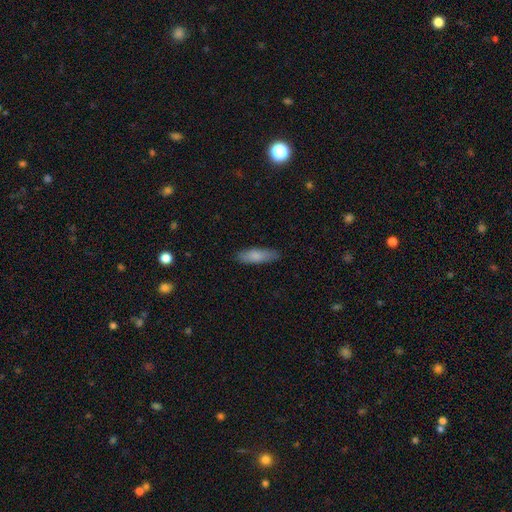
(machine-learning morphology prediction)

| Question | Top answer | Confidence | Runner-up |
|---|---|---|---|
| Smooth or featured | smooth | 82% | featured or disk (12%) |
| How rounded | in between | 50% | cigar-shaped (48%) |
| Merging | none | 86% | minor disturbance (11%) |